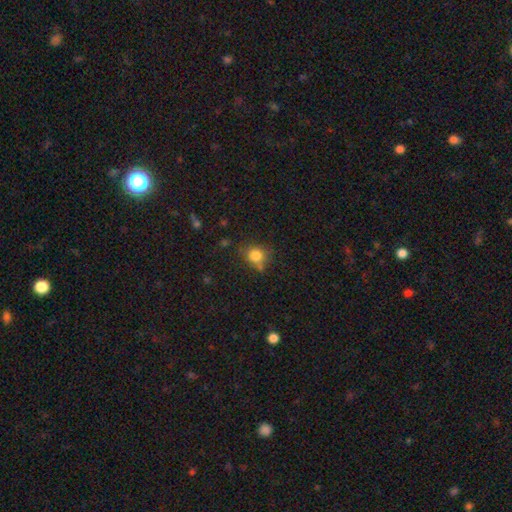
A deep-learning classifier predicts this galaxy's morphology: Overall: smooth (80%). How rounded: round (75%). Merging: none (63%).